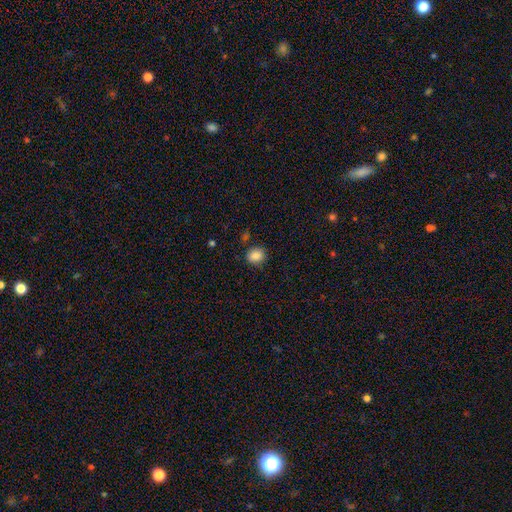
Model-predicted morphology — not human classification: smooth-or-featured: smooth: 86% | star or artifact: 9% | featured or disk: 5%
  how-rounded: round: 68% | in between: 31% | cigar-shaped: 1%
  merging: none: 82% | minor disturbance: 12% | merger: 3% | major disturbance: 3%